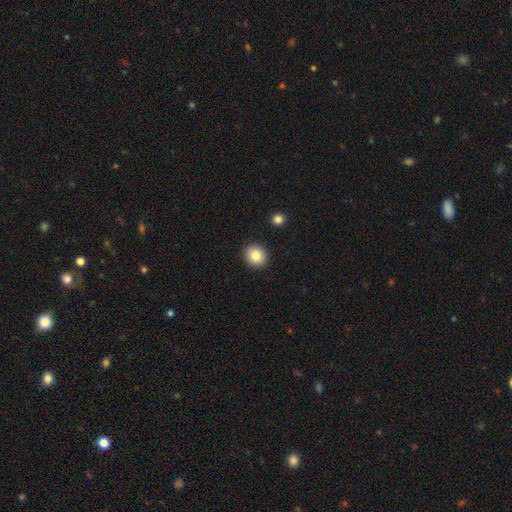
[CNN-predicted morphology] A smooth galaxy with no disk features (84%) that is round (76%). Merging: none (91%).